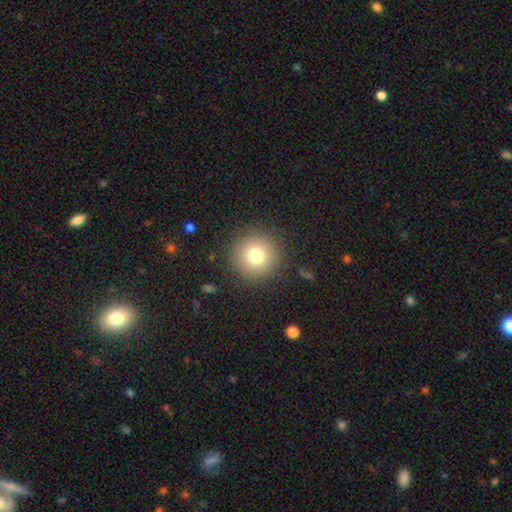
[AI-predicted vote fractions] Q: Smooth or featured?
A: smooth (77%); runner-up: star or artifact (12%)
Q: How rounded?
A: round (96%); runner-up: in between (3%)
Q: Merging?
A: none (90%); runner-up: minor disturbance (6%)